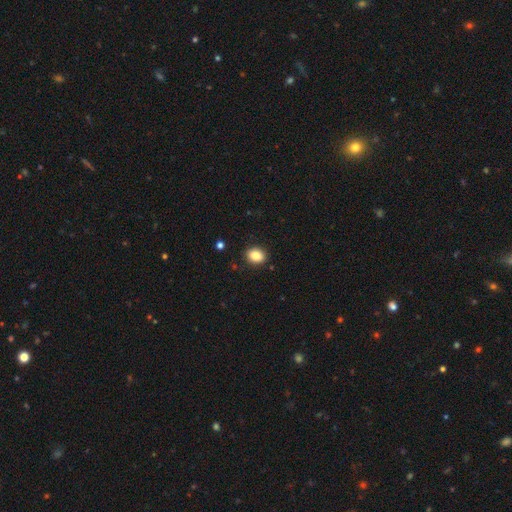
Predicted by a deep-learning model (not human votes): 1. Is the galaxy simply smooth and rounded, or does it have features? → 86% smooth, 9% star or artifact, 5% featured or disk.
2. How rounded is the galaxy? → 54% in between, 45% round, 1% cigar-shaped.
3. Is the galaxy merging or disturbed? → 89% none, 7% minor disturbance, 2% major disturbance, 1% merger.